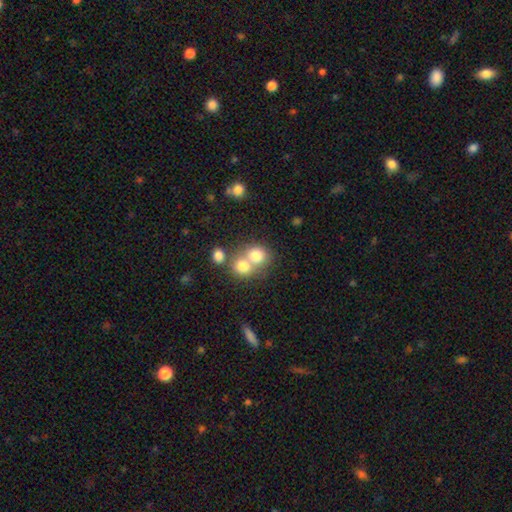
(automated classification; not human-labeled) This is likely a smooth galaxy (76%). How rounded: likely round (78%). Merging: possibly merger (57%).